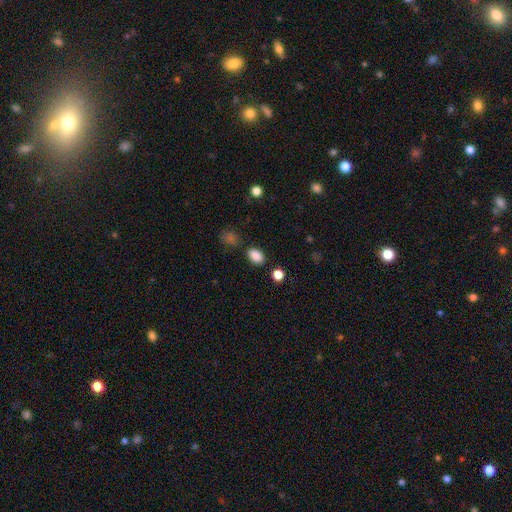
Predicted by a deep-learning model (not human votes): Smooth or featured? smooth (87%)
How rounded? in between (84%)
Merging? none (82%)